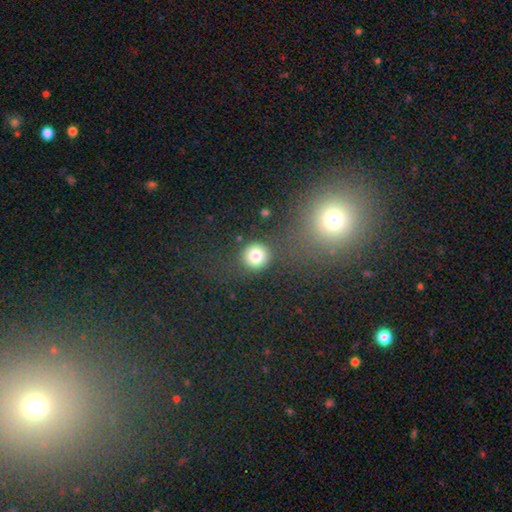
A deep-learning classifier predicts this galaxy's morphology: smooth_or_featured: smooth (p=0.82) [alt: star or artifact p=0.12]
how_rounded: round (p=0.90) [alt: in between p=0.09]
merging: none (p=0.83) [alt: minor disturbance p=0.09]